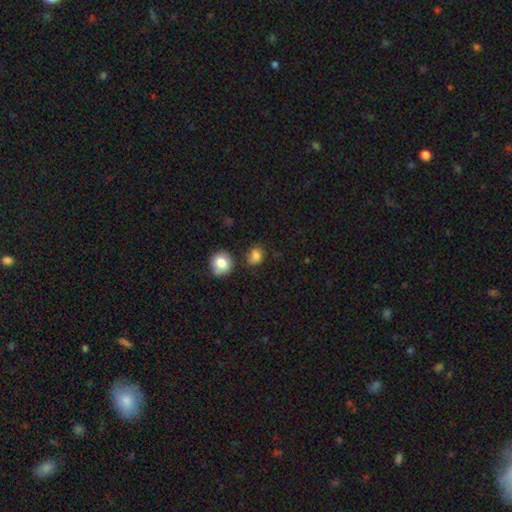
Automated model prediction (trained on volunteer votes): smooth_or_featured: smooth (p=0.81) [alt: star or artifact p=0.12]
how_rounded: round (p=0.59) [alt: in between p=0.40]
merging: none (p=0.66) [alt: minor disturbance p=0.20]